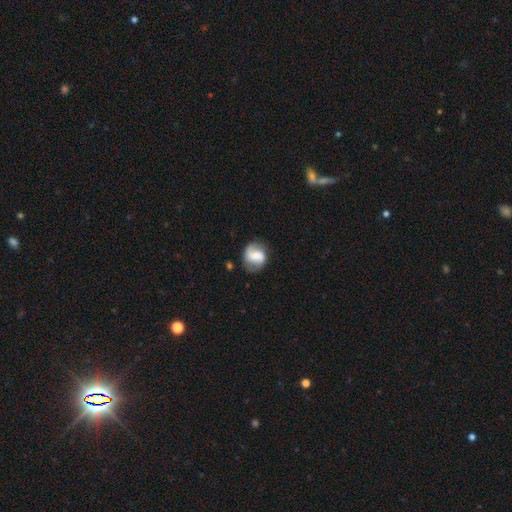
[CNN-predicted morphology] featured or disk 61%, smooth 32%, star or artifact 7%. Down the decision tree: edge-on disk — no (97%); bar — weak (44%); spiral arms — yes (87%); spiral arm count — 2 (85%); spiral winding — loose (41%); bulge size — moderate (41%); merging — none (74%).